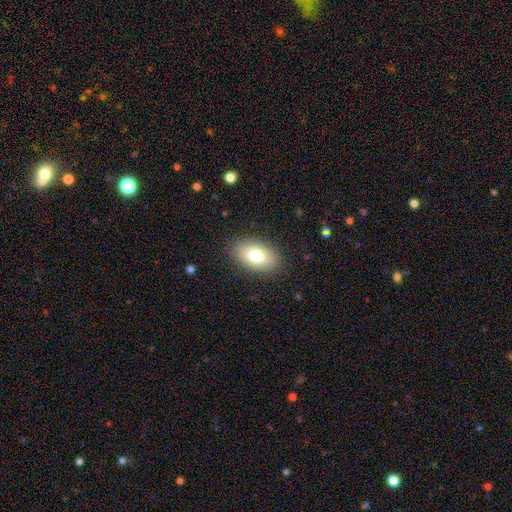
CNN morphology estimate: Q: Smooth or featured?
A: smooth (77%); runner-up: featured or disk (15%)
Q: How rounded?
A: in between (91%); runner-up: round (7%)
Q: Merging?
A: none (87%); runner-up: minor disturbance (9%)